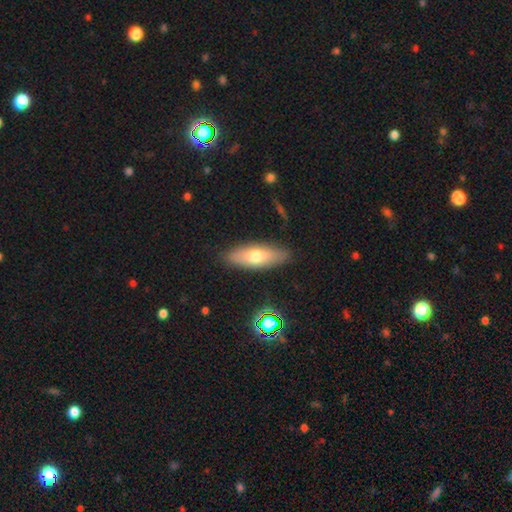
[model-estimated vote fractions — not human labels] Overall: smooth (64%; featured or disk 28%). How rounded: in between (62%; cigar-shaped 35%). Merging: none (87%).